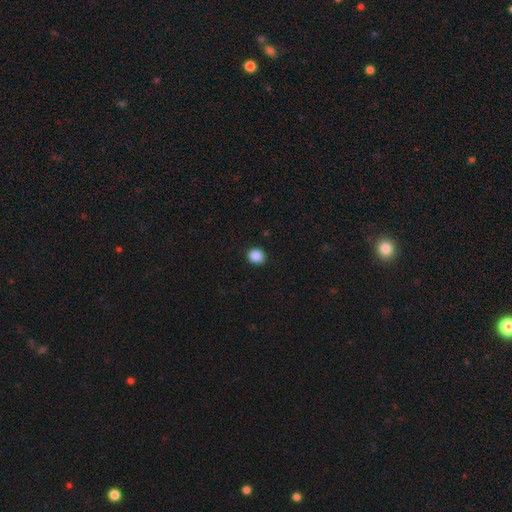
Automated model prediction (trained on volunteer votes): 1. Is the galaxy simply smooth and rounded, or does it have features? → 87% smooth, 10% star or artifact, 3% featured or disk.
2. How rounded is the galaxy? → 79% round, 21% in between, 1% cigar-shaped.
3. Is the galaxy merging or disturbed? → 89% none, 8% minor disturbance, 2% major disturbance, 1% merger.